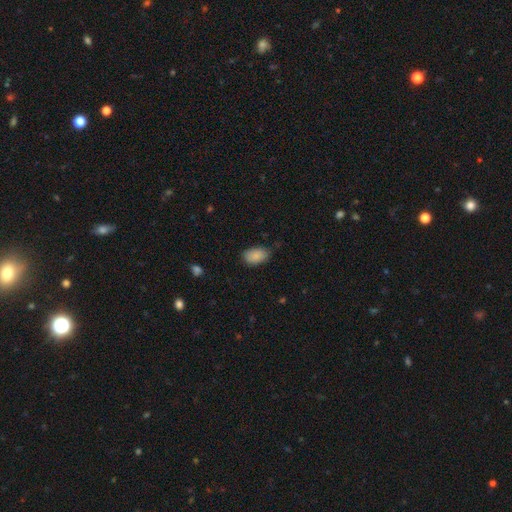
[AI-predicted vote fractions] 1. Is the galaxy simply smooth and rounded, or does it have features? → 88% smooth, 7% star or artifact, 5% featured or disk.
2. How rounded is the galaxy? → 92% in between, 7% round, 1% cigar-shaped.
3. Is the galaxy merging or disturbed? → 73% none, 22% minor disturbance, 4% major disturbance, 1% merger.